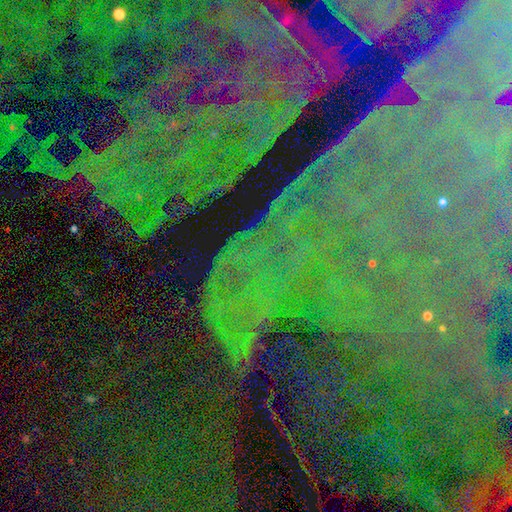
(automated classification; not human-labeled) This is clearly a star or artifact rather than a galaxy (86%).